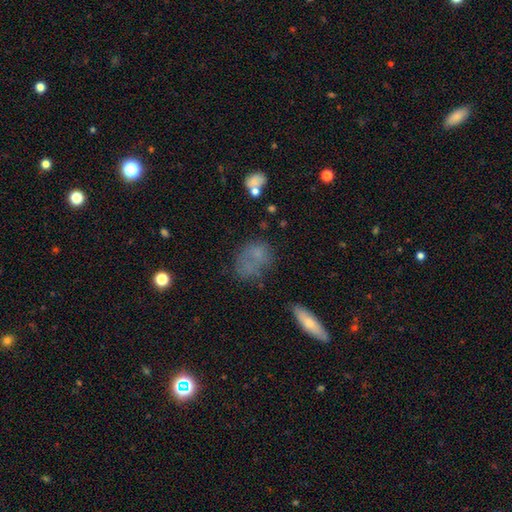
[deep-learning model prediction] This appears to be a smooth galaxy with no disk features (61%) that is in between round and cigar-shaped (61%). Merging: none (46%).